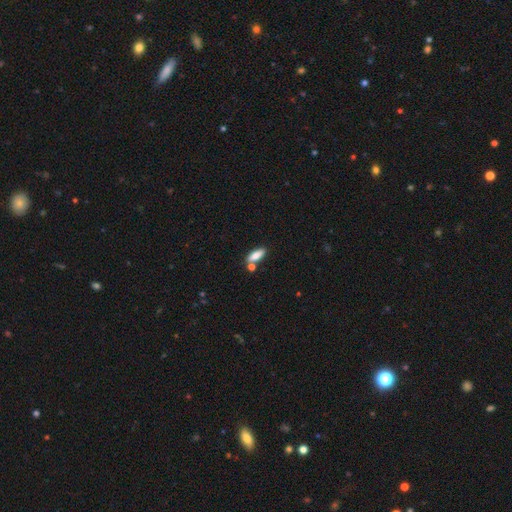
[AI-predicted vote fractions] Q: Smooth or featured?
A: smooth (78%); runner-up: featured or disk (15%)
Q: How rounded?
A: in between (59%); runner-up: cigar-shaped (37%)
Q: Merging?
A: none (68%); runner-up: merger (17%)